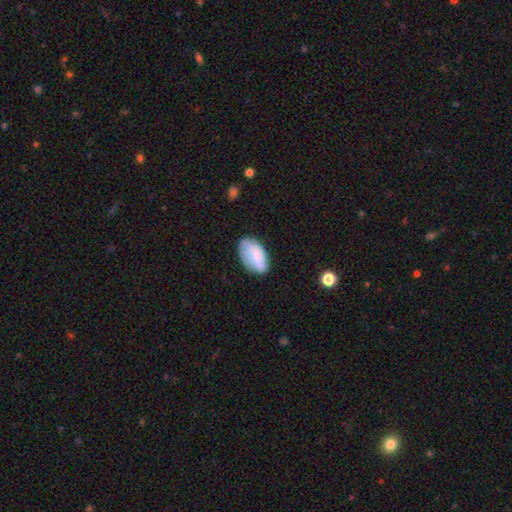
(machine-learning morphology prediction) A smooth galaxy with no disk features (65%) that is in between round and cigar-shaped (93%).

Vote fractions:
- Smooth or featured? smooth: 65% / featured or disk: 28% / star or artifact: 7%
- How rounded? in between: 93% / round: 5% / cigar-shaped: 2%
- Merging? none: 64% / minor disturbance: 26% / major disturbance: 7% / merger: 2%